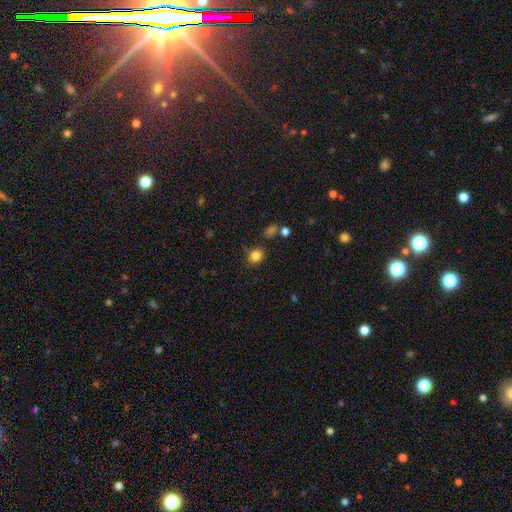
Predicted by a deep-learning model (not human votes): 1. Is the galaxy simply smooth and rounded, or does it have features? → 83% smooth, 12% star or artifact, 5% featured or disk.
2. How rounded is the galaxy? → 74% round, 25% in between, 1% cigar-shaped.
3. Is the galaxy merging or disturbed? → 82% none, 12% minor disturbance, 3% major disturbance, 3% merger.